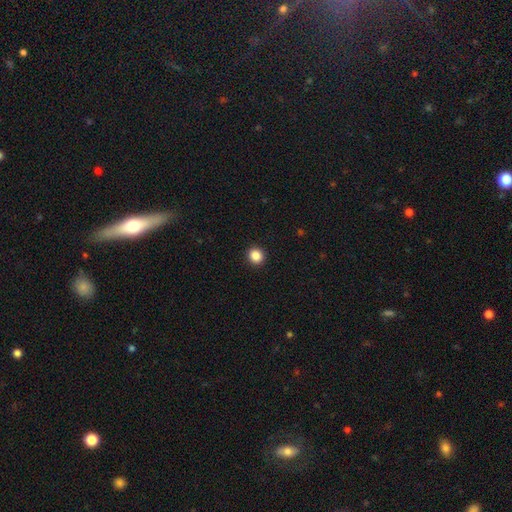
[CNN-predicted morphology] smooth 87%, star or artifact 10%, featured or disk 3%. Down the decision tree: how rounded — round (88%); merging — none (93%).